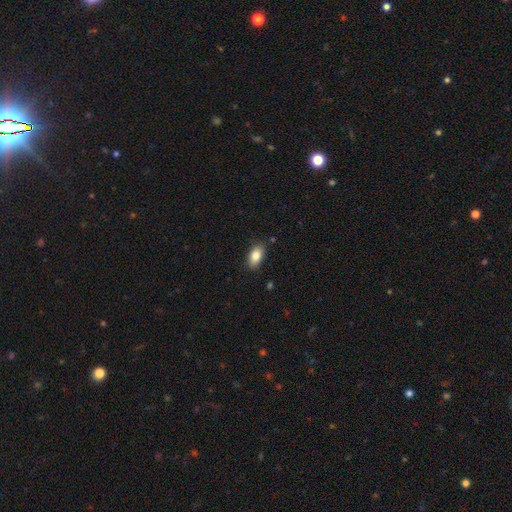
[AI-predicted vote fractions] Smooth or featured? smooth (83%)
How rounded? in between (91%)
Merging? none (85%)